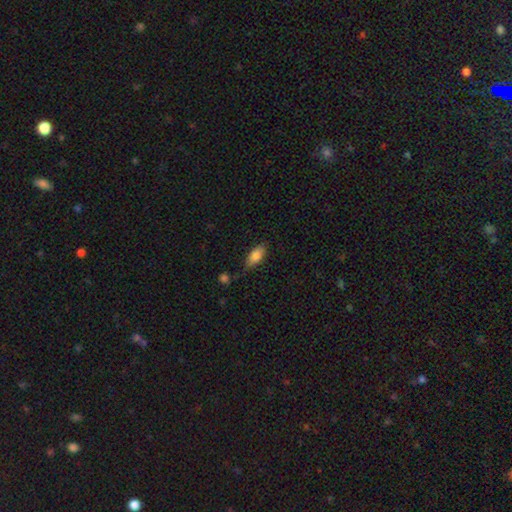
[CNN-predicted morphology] The model was most divided on "merging": none: 75%, minor disturbance: 19%, major disturbance: 4%, merger: 3%. More confident: how rounded — in between (83%); smooth or featured — smooth (80%).